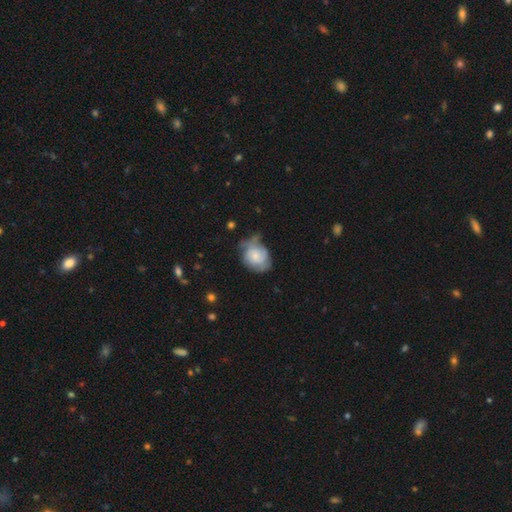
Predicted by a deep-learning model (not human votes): Morphology: type=smooth (53%); roundness=round (53%); merging=none (40%).